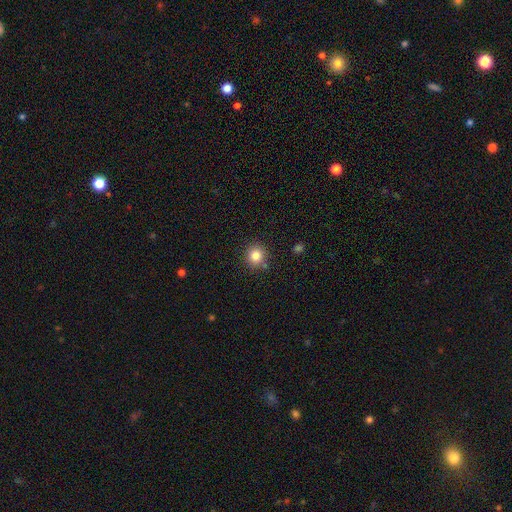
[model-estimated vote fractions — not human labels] Smooth or featured?
  - smooth: 83% *
  - star or artifact: 11%
  - featured or disk: 5%
How rounded?
  - round: 91% *
  - in between: 8%
  - cigar-shaped: 1%
Merging?
  - none: 84% *
  - minor disturbance: 9%
  - merger: 5%
  - major disturbance: 3%